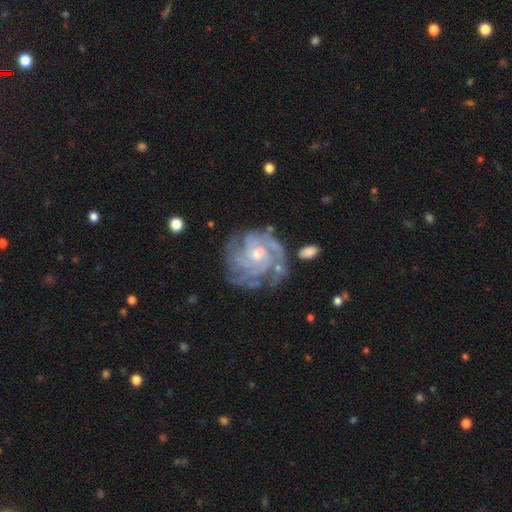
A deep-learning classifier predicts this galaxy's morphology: Smooth or featured?
  - featured or disk: 87% *
  - smooth: 7%
  - star or artifact: 6%
Edge-on disk?
  - no: 98% *
  - yes: 2%
Bar?
  - no: 62% *
  - weak: 32%
  - strong: 6%
Spiral arms?
  - yes: 95% *
  - no: 5%
Spiral winding?
  - tight: 66% *
  - medium: 28%
  - loose: 6%
Spiral arm count?
  - can't tell: 31% *
  - 3: 24%
  - 4: 19%
  - 2: 13%
  - more than 4: 7%
  - 1: 6%
Bulge size?
  - moderate: 56% *
  - small: 35%
  - large: 4%
  - none: 4%
  - dominant: 1%
Merging?
  - none: 65% *
  - minor disturbance: 20%
  - major disturbance: 11%
  - merger: 4%